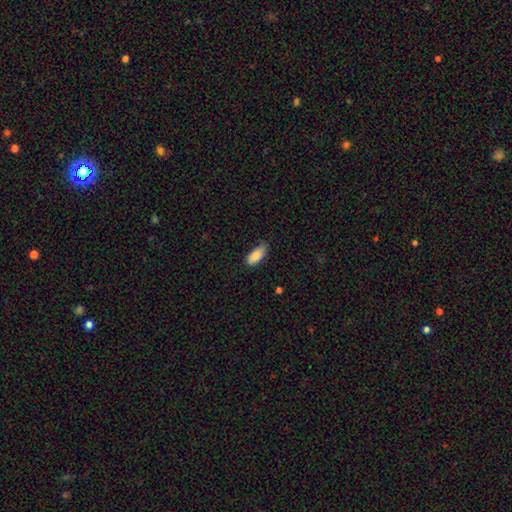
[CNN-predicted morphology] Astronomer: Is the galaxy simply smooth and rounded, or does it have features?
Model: smooth — 87%.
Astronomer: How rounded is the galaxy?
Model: in between — 85%.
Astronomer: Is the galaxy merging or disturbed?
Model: none — 65%.